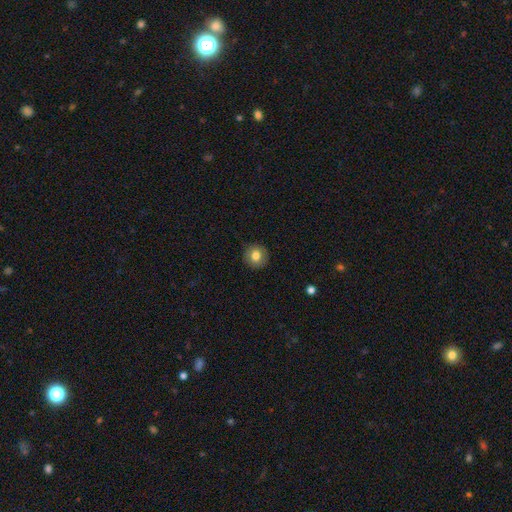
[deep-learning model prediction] A smooth galaxy with no disk features (78%) that is round (92%). Merging: none (89%).